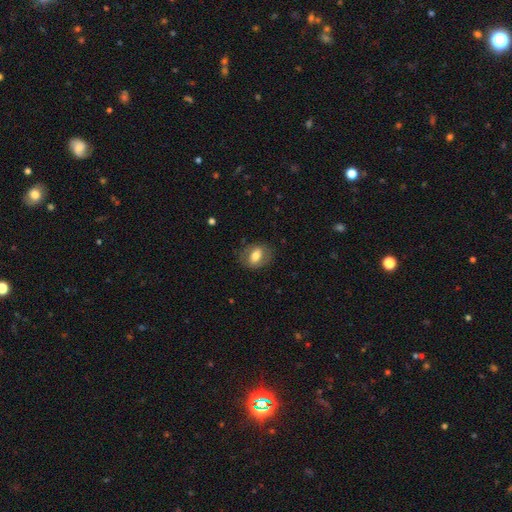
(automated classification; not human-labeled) This appears to be a smooth galaxy with no disk features (67%) that is in between round and cigar-shaped (72%). Merging: none (78%).